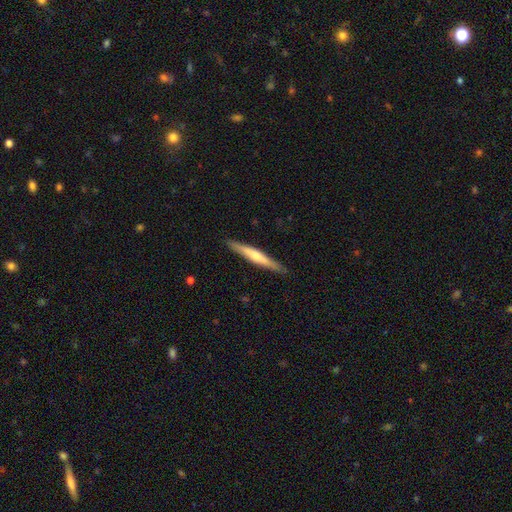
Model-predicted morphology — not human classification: Smooth or featured? featured or disk (53%)
Edge-on disk? yes (96%)
Edge-on bulge? rounded (70%)
Merging? none (89%)